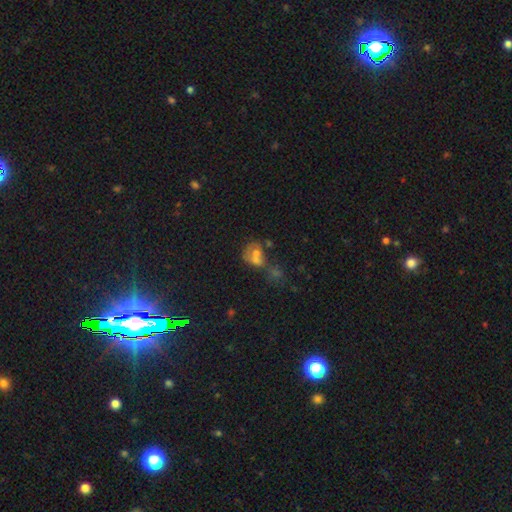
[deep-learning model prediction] Q: Smooth or featured?
A: smooth (56%); runner-up: featured or disk (29%)
Q: How rounded?
A: round (53%); runner-up: in between (46%)
Q: Merging?
A: merger (63%); runner-up: none (18%)